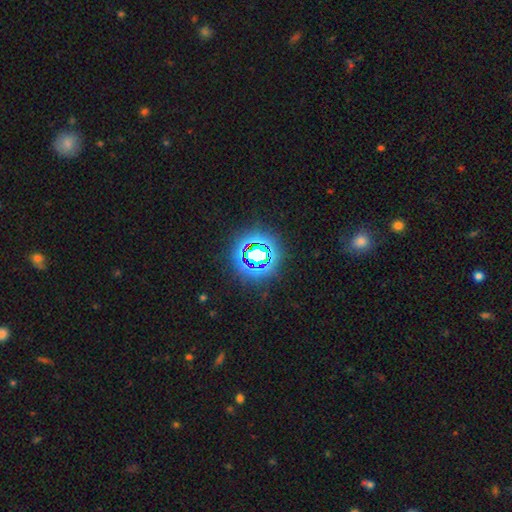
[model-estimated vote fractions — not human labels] star or artifact 71%, smooth 18%, featured or disk 11%.